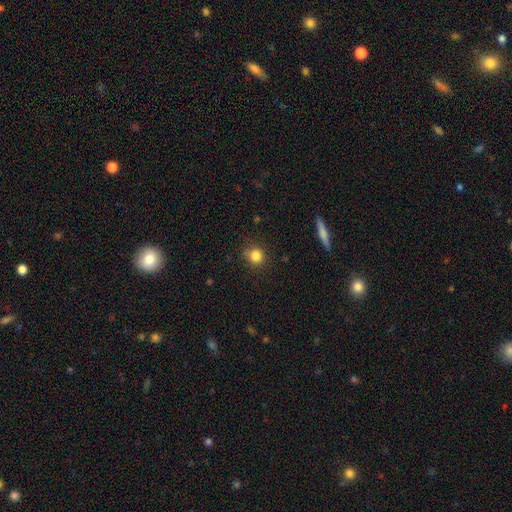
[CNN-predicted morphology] type=smooth (83%); roundness=round (86%); merging=none (78%).